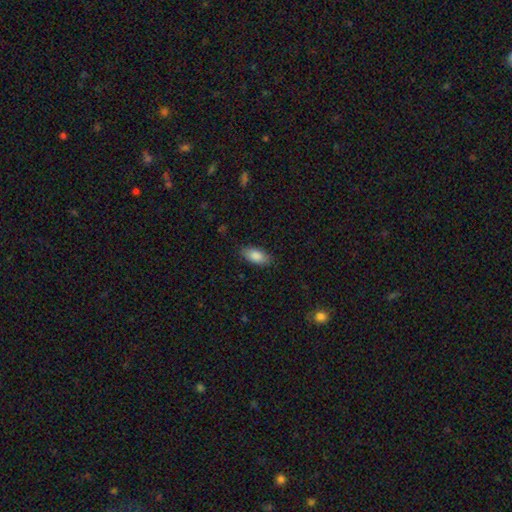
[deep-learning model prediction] Smooth or featured?
  - smooth: 87% *
  - featured or disk: 7%
  - star or artifact: 6%
How rounded?
  - in between: 89% *
  - cigar-shaped: 8%
  - round: 3%
Merging?
  - none: 85% *
  - minor disturbance: 12%
  - major disturbance: 3%
  - merger: 1%